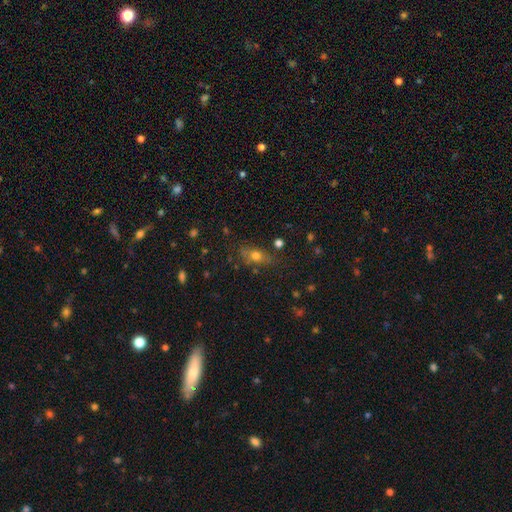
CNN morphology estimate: Smooth or featured? smooth (62%)
How rounded? in between (68%)
Merging? none (71%)